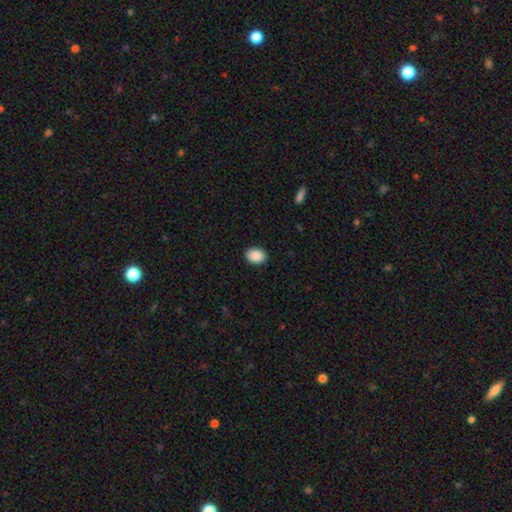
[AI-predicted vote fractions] Overall: smooth (90%). How rounded: in between (77%). Merging: none (91%).